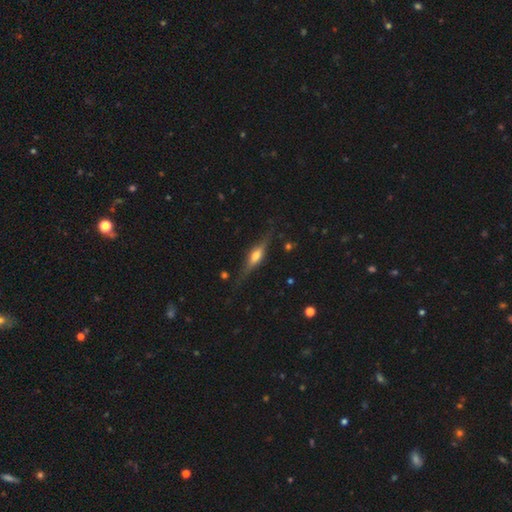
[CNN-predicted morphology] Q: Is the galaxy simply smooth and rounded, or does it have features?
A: featured or disk — 66%.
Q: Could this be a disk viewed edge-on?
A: yes — 95%.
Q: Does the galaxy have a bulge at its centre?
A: rounded — 88%.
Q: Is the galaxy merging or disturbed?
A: none — 82%.